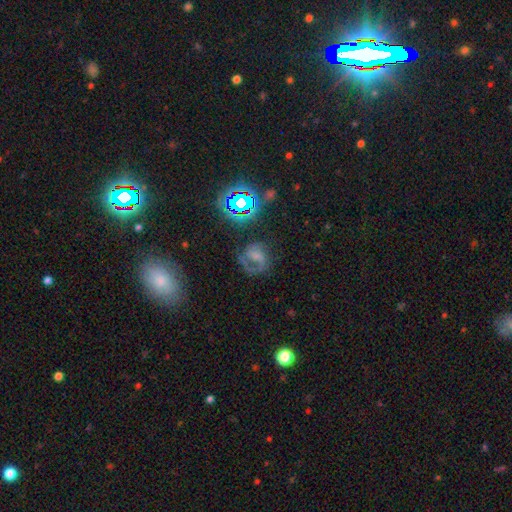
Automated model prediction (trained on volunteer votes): Smooth or featured? Predicted: featured or disk (p=0.57). Edge-on disk? Predicted: no (p=0.97). Bar? Predicted: no (p=0.49). Spiral arms? Predicted: yes (p=0.82). Bulge size? Predicted: none (p=0.42). Merging? Predicted: none (p=0.47).